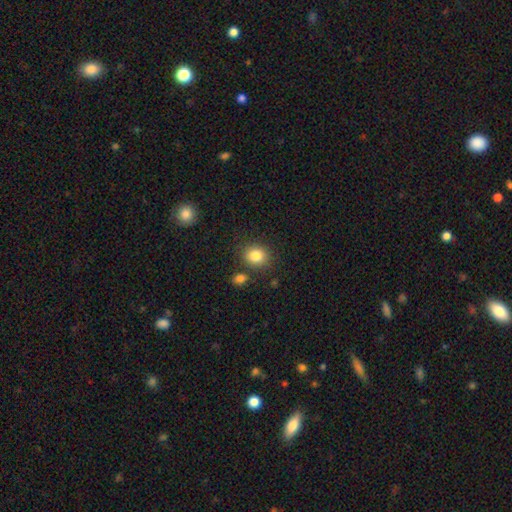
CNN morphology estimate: This appears to be a smooth galaxy with no disk features (84%) that is round (71%). Merging: none (82%).